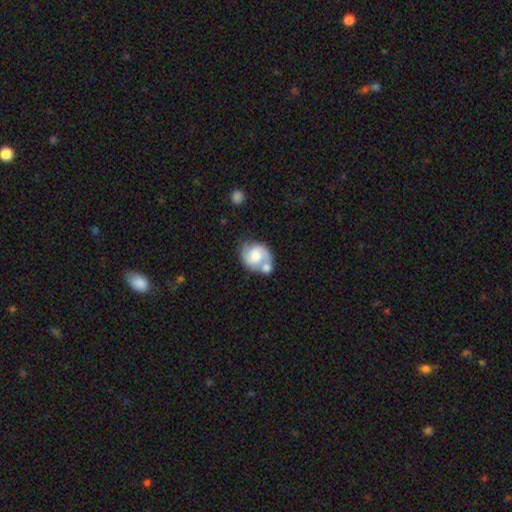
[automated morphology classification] A featured or disk galaxy (61%) with no bar (59%), 2 (84%) medium (49%) spiral arms (87%) and a moderate central bulge (43%).

Vote fractions:
- Smooth or featured? featured or disk: 61% / smooth: 32% / star or artifact: 7%
- Edge-on disk? no: 98% / yes: 2%
- Bar? no: 59% / weak: 34% / strong: 7%
- Spiral arms? yes: 87% / no: 13%
- Spiral winding? medium: 49% / tight: 31% / loose: 19%
- Spiral arm count? 2: 84% / can't tell: 7% / 1: 6% / 3: 2% / 4: 1% / more than 4: 1%
- Bulge size? moderate: 43% / small: 25% / large: 19% / none: 10% / dominant: 3%
- Merging? merger: 40% / none: 37% / minor disturbance: 16% / major disturbance: 7%